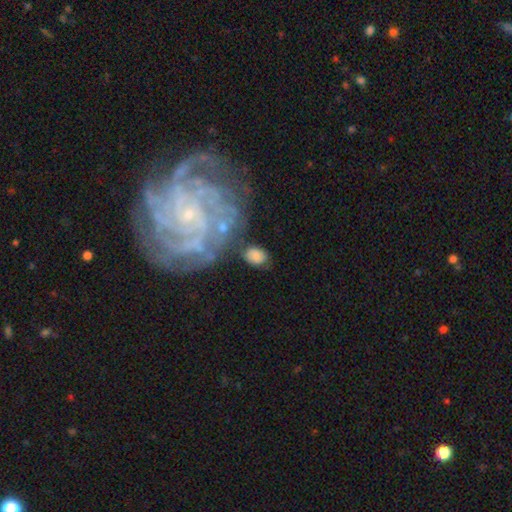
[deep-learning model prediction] smooth_or_featured: smooth (p=0.71) [alt: featured or disk p=0.21]
how_rounded: in between (p=0.71) [alt: round p=0.28]
merging: none (p=0.62) [alt: minor disturbance p=0.19]